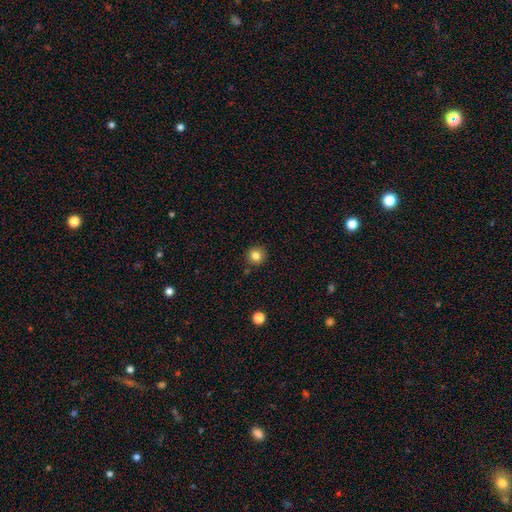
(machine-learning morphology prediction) A smooth galaxy with no disk features (82%) that is round (93%).

Vote fractions:
- Smooth or featured? smooth: 82% / star or artifact: 12% / featured or disk: 6%
- How rounded? round: 93% / in between: 6% / cigar-shaped: 1%
- Merging? none: 89% / minor disturbance: 7% / merger: 2% / major disturbance: 2%